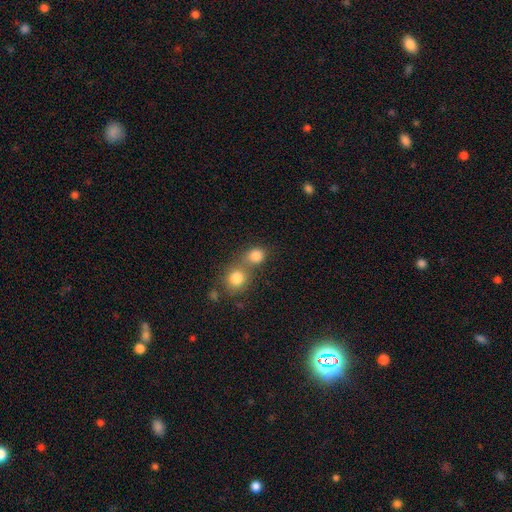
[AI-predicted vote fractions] Overall: smooth (82%). How rounded: round (78%). Merging: merger (49%; none 39%).